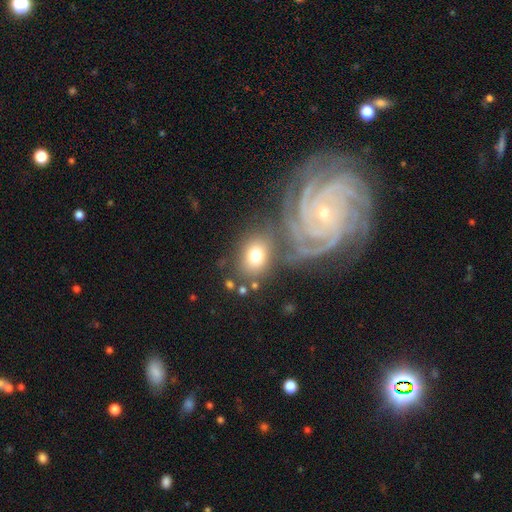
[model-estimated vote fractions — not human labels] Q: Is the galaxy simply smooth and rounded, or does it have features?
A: smooth — 64%.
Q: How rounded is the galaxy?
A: in between — 55%.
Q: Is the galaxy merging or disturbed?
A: none — 57%.